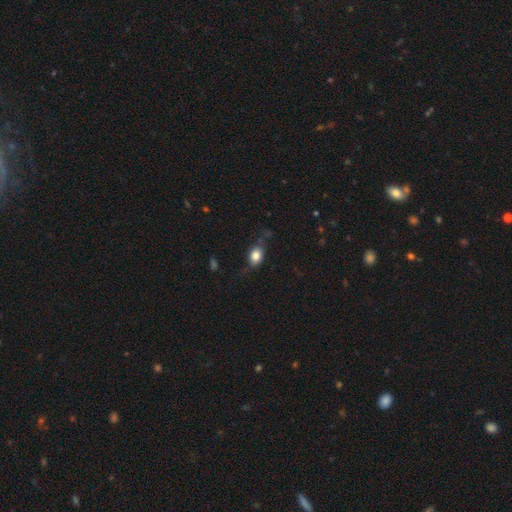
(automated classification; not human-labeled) Morphology: type=smooth (80%); roundness=in between (70%); merging=none (64%).